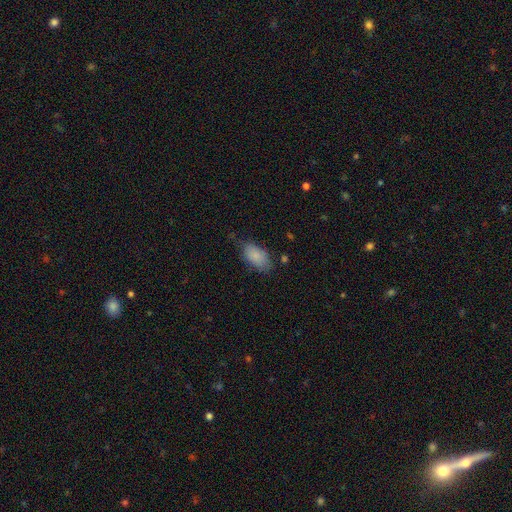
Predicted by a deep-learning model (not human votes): smooth 86%, featured or disk 7%, star or artifact 7%. Down the decision tree: how rounded — in between (93%); merging — none (63%).